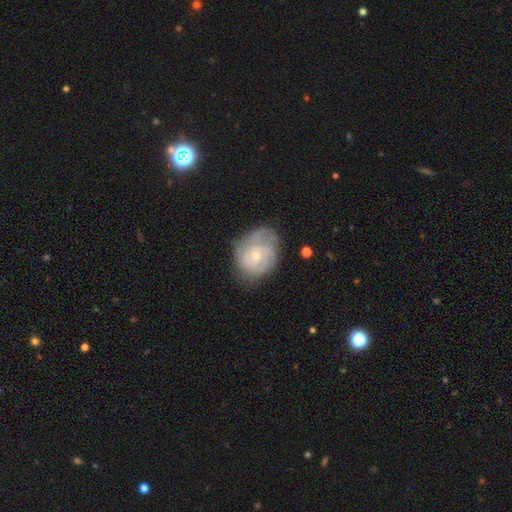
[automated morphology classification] Smooth or featured? featured or disk (73%)
Edge-on disk? no (98%)
Bar? no (72%)
Spiral arms? yes (89%)
Spiral winding? tight (63%)
Spiral arm count? can't tell (39%)
Bulge size? small (68%)
Merging? none (65%)